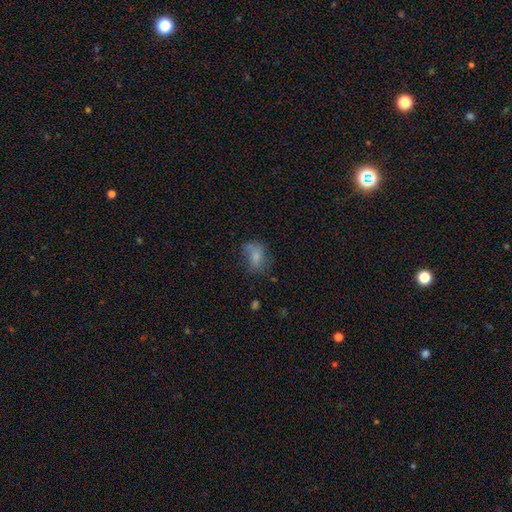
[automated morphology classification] A smooth galaxy with no disk features (68%) that is in between round and cigar-shaped (74%).

Vote fractions:
- Smooth or featured? smooth: 68% / featured or disk: 20% / star or artifact: 12%
- How rounded? in between: 74% / round: 23% / cigar-shaped: 2%
- Merging? none: 46% / minor disturbance: 27% / major disturbance: 20% / merger: 7%